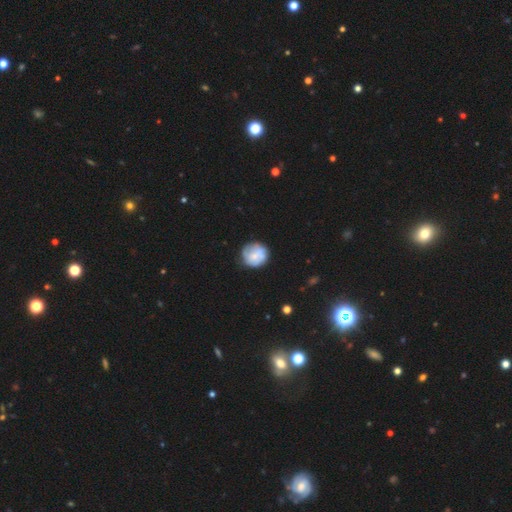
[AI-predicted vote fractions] The model was most divided on "smooth or featured": smooth: 57%, featured or disk: 36%, star or artifact: 7%. More confident: how rounded — round (89%); merging — none (73%).